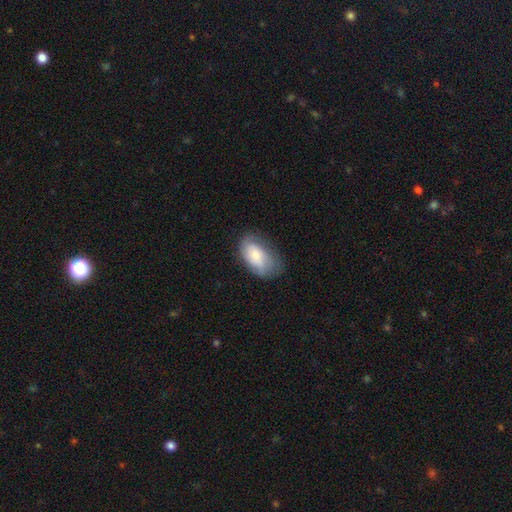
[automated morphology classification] smooth_or_featured: smooth (p=0.66) [alt: featured or disk p=0.27]
how_rounded: in between (p=0.93) [alt: round p=0.05]
merging: none (p=0.61) [alt: minor disturbance p=0.27]